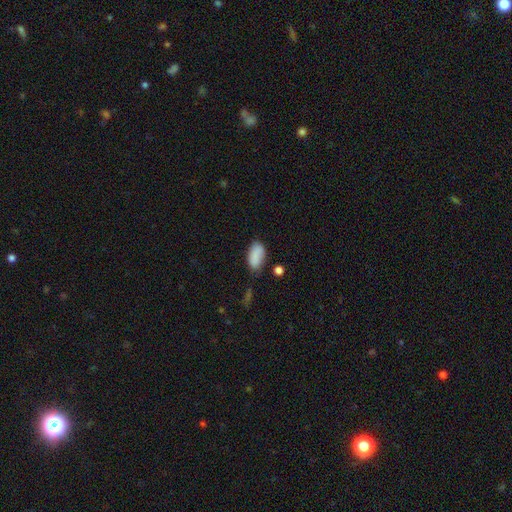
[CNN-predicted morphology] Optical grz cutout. It shows a smooth galaxy with no disk features (85%) that is in between round and cigar-shaped (93%). Merging: none (61%).